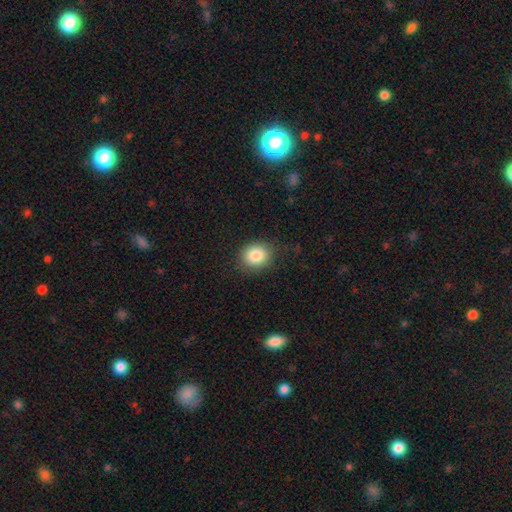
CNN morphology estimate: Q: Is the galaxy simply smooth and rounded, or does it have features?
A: smooth — 85%.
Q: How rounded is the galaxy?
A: round — 72%.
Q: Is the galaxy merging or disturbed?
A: none — 85%.